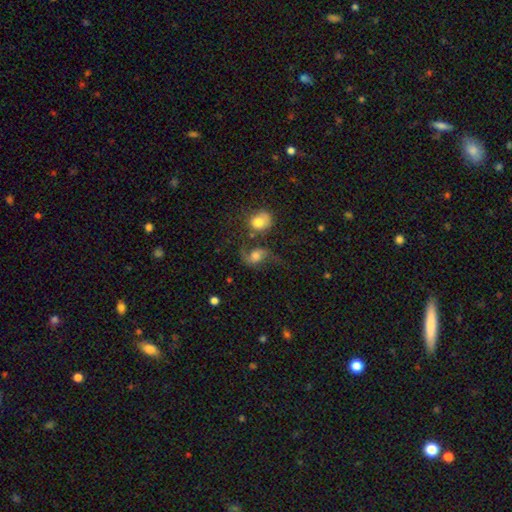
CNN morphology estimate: The model was most divided on "merging": none: 39%, major disturbance: 22%, merger: 21%, minor disturbance: 18%. Remaining: edge-on disk — no (97%); spiral arms — yes (87%); bar — no (59%); smooth or featured — featured or disk (58%); bulge size — moderate (49%).